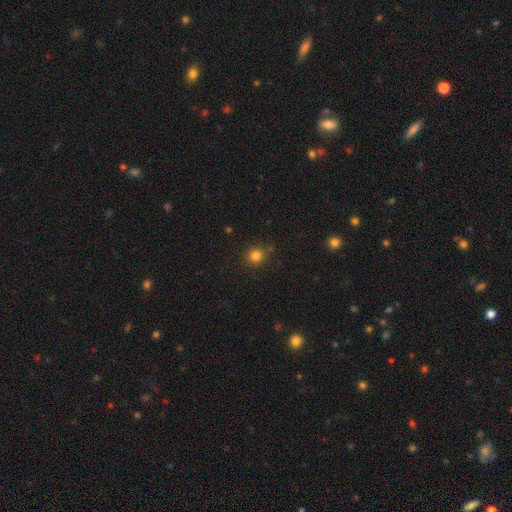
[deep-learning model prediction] Smooth or featured? Predicted: smooth (p=0.82). How rounded? Predicted: round (p=0.88). Merging? Predicted: none (p=0.84).